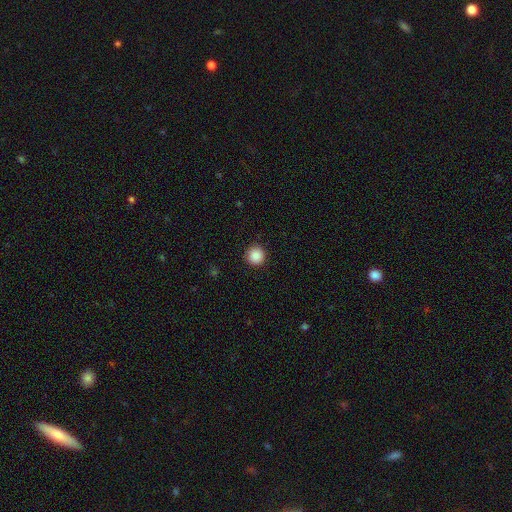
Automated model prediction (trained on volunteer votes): This is clearly a smooth galaxy (88%). How rounded: clearly round (95%). Merging: clearly none (92%).